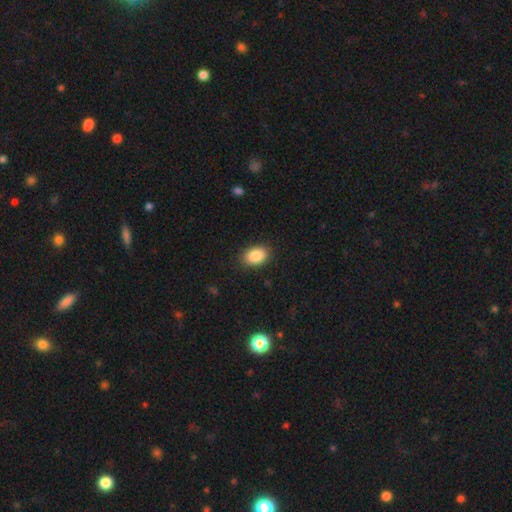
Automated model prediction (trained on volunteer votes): smooth_or_featured: smooth (p=0.88) [alt: star or artifact p=0.07]
how_rounded: in between (p=0.84) [alt: round p=0.15]
merging: none (p=0.88) [alt: minor disturbance p=0.09]